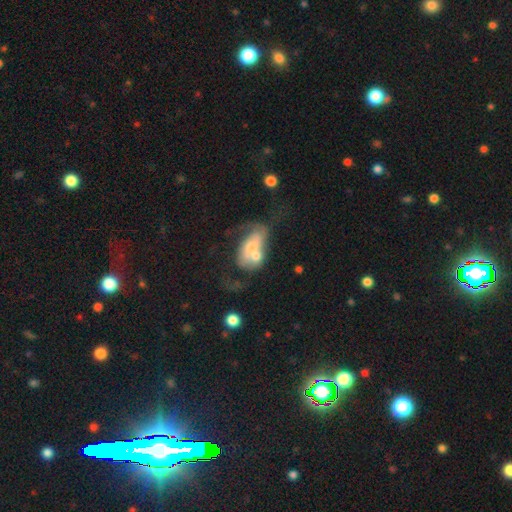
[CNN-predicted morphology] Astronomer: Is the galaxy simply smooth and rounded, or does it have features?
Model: featured or disk — 55% (runner-up: smooth, 37%).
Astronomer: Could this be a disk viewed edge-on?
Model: no — 95%.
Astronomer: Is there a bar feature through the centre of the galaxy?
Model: no — 70%.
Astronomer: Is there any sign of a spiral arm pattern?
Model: yes — 58% (runner-up: no, 42%).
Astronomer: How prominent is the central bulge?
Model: moderate — 41% (runner-up: small, 39%).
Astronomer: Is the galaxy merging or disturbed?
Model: merger — 47%.